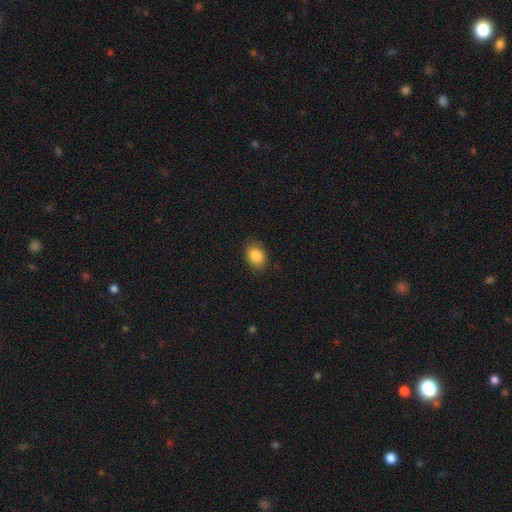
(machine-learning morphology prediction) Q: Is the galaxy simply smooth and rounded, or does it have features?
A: smooth — 87%.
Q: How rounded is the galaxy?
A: in between — 69%.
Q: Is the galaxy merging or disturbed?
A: none — 85%.